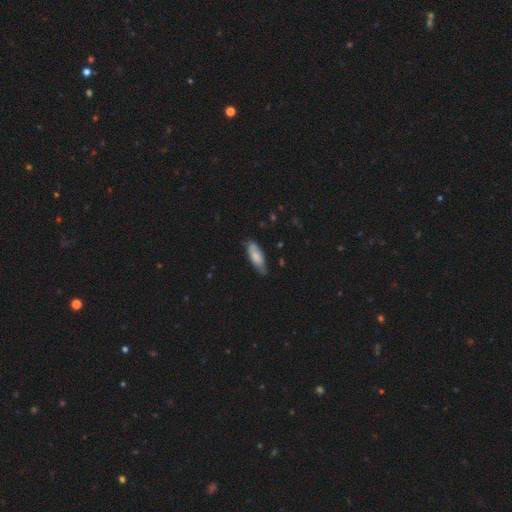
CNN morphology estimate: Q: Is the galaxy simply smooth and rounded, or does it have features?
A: smooth — 74%.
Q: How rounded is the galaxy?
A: in between — 65%.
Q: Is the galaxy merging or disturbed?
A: none — 64%.